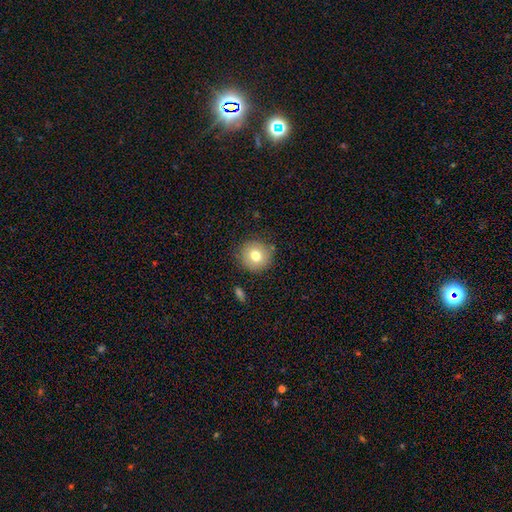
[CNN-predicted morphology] smooth-or-featured: smooth: 76% | featured or disk: 14% | star or artifact: 10%
  how-rounded: round: 92% | in between: 7% | cigar-shaped: 1%
  merging: none: 86% | minor disturbance: 9% | major disturbance: 3% | merger: 2%